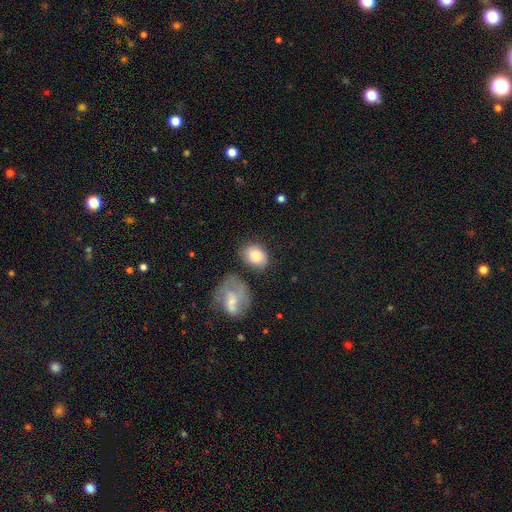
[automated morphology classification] Q: Smooth or featured?
A: smooth (81%); runner-up: featured or disk (12%)
Q: How rounded?
A: in between (66%); runner-up: round (33%)
Q: Merging?
A: none (61%); runner-up: minor disturbance (20%)